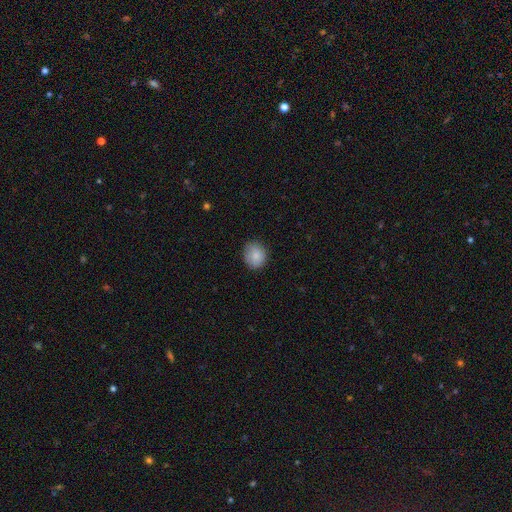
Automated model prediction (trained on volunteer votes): Smooth or featured: smooth — 86% (star or artifact — 8%)
How rounded: round — 72% (in between — 27%)
Merging: none — 84% (minor disturbance — 13%)